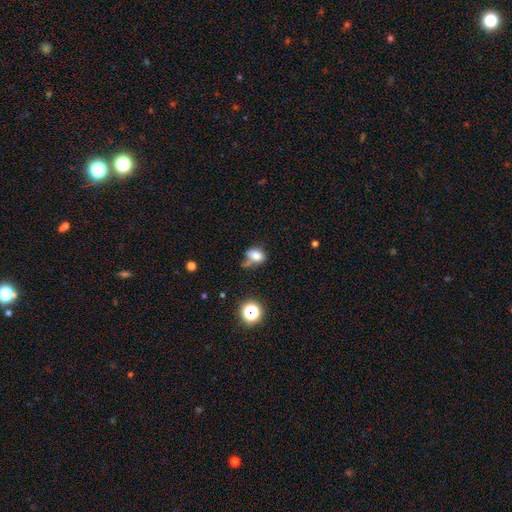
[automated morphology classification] Q: Smooth or featured?
A: smooth (75%); runner-up: star or artifact (13%)
Q: How rounded?
A: in between (70%); runner-up: round (28%)
Q: Merging?
A: none (39%); runner-up: minor disturbance (27%)